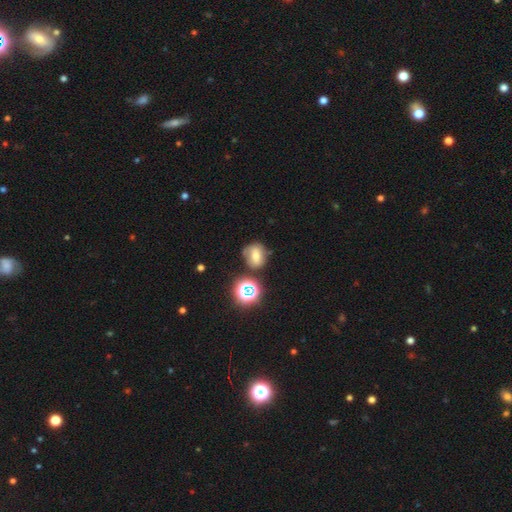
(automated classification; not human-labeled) smooth-or-featured: smooth: 51% | featured or disk: 26% | star or artifact: 23%
  how-rounded: round: 63% | in between: 35% | cigar-shaped: 1%
  merging: none: 63% | minor disturbance: 21% | merger: 9% | major disturbance: 8%